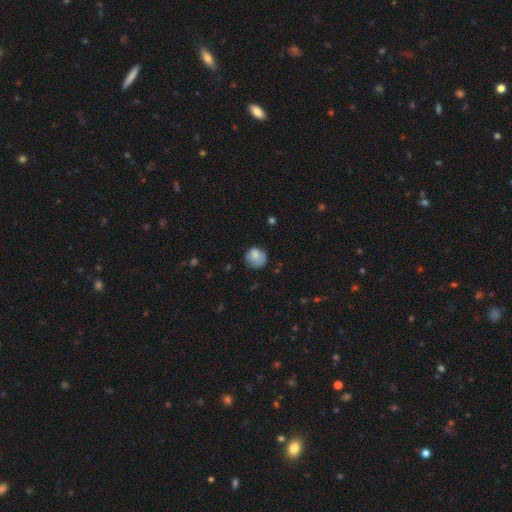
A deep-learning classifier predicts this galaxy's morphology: Smooth or featured?
  - smooth: 80% *
  - featured or disk: 12%
  - star or artifact: 8%
How rounded?
  - round: 82% *
  - in between: 17%
  - cigar-shaped: 1%
Merging?
  - none: 60% *
  - minor disturbance: 29%
  - major disturbance: 9%
  - merger: 2%